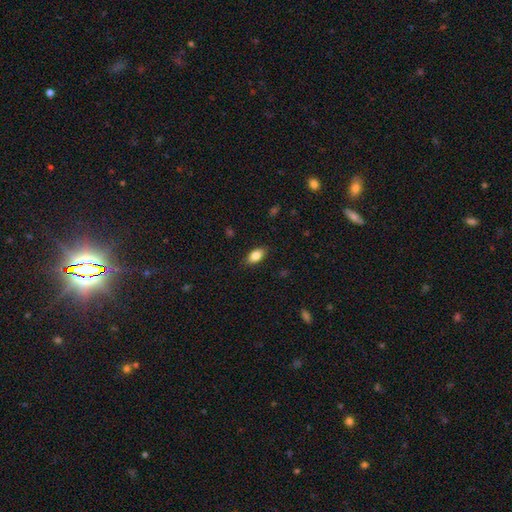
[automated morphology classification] This is clearly a smooth galaxy (84%). How rounded: clearly in between (89%). Merging: clearly none (86%).